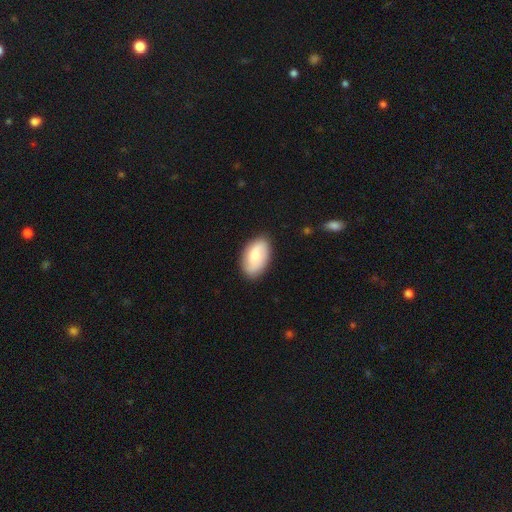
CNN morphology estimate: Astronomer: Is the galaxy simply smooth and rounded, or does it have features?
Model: smooth — 65%.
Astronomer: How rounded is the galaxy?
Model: in between — 93%.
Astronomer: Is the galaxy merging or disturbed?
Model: none — 84%.